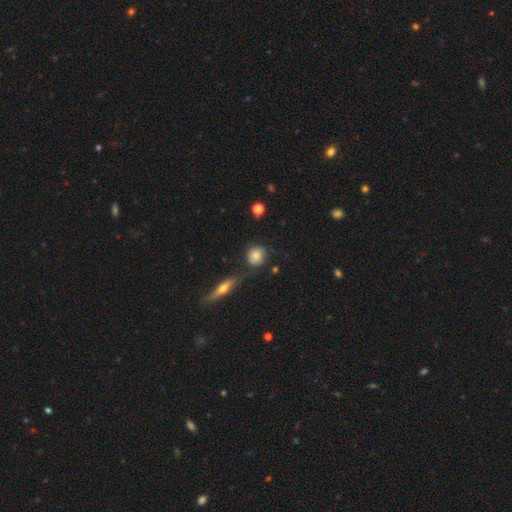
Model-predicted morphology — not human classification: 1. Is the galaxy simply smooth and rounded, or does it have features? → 78% smooth, 14% featured or disk, 9% star or artifact.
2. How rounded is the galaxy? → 80% round, 17% in between, 3% cigar-shaped.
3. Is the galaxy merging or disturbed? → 71% none, 16% minor disturbance, 8% merger, 5% major disturbance.